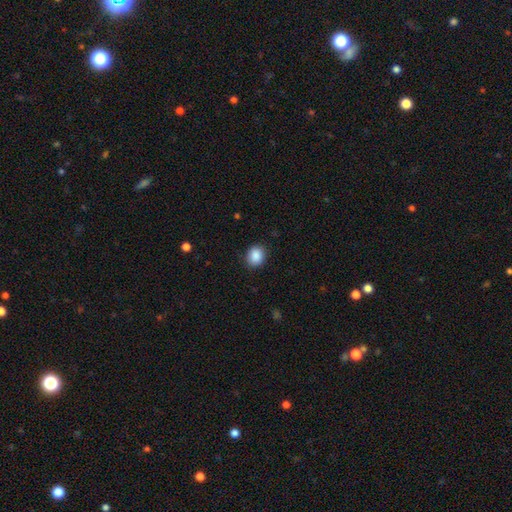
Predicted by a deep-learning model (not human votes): A smooth galaxy with no disk features (89%) that is round (62%). Merging: none (88%).